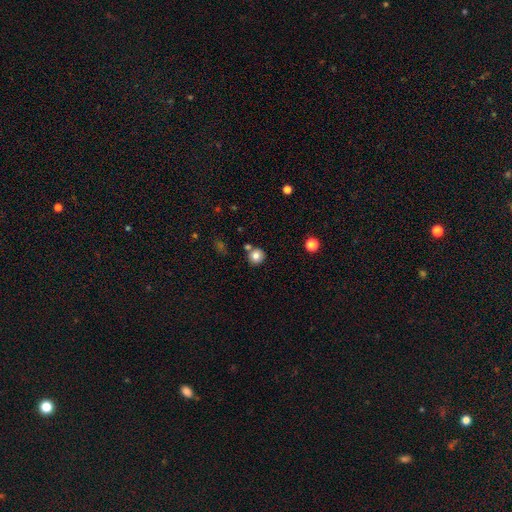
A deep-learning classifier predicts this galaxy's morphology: smooth 80%, star or artifact 11%, featured or disk 9%. Down the decision tree: how rounded — round (90%); merging — none (79%).